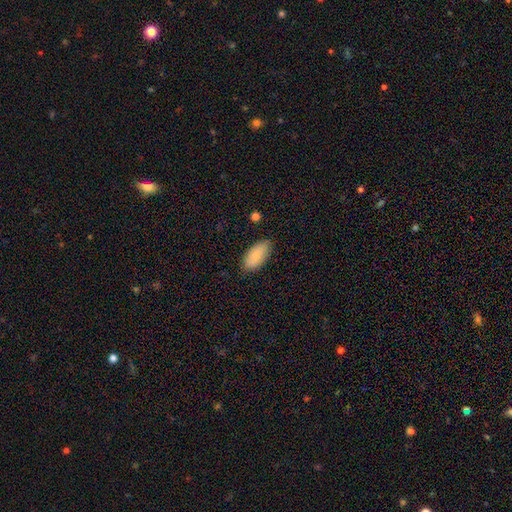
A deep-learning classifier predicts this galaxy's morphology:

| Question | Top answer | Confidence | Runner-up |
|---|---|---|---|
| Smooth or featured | smooth | 86% | featured or disk (8%) |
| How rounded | in between | 90% | cigar-shaped (8%) |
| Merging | none | 83% | minor disturbance (14%) |